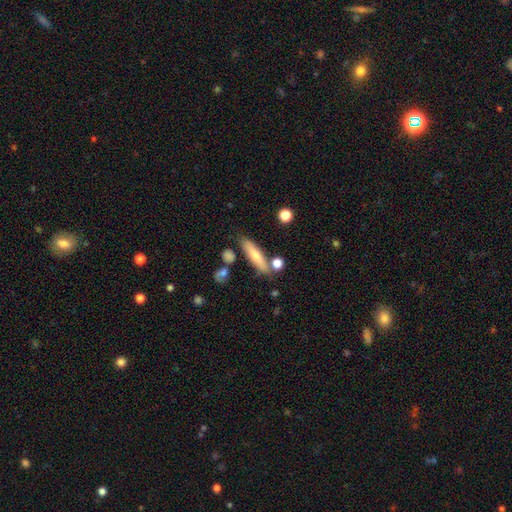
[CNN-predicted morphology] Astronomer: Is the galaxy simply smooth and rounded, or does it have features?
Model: smooth — 65%.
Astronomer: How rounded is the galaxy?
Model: cigar-shaped — 76%.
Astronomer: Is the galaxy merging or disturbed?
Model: none — 74%.